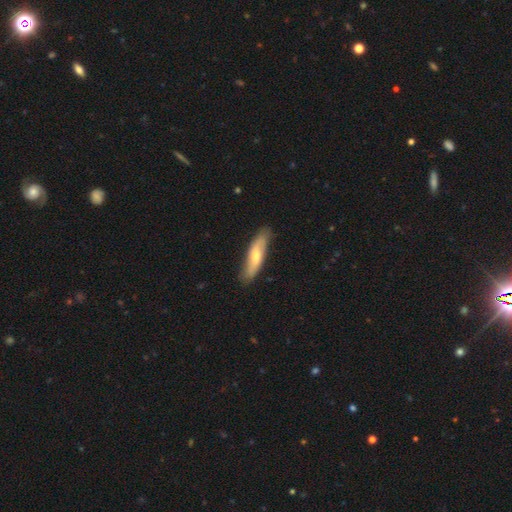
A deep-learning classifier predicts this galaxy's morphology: Smooth or featured? smooth (55%)
How rounded? cigar-shaped (64%)
Merging? none (82%)